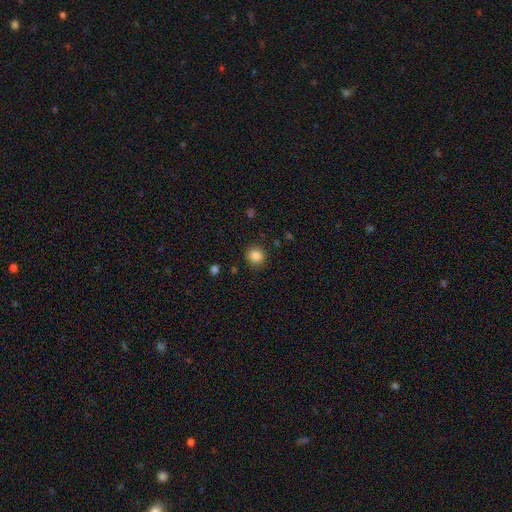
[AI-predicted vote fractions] A smooth galaxy with no disk features (86%) that is round (88%).

Vote fractions:
- Smooth or featured? smooth: 86% / star or artifact: 10% / featured or disk: 4%
- How rounded? round: 88% / in between: 11% / cigar-shaped: 1%
- Merging? none: 87% / minor disturbance: 9% / major disturbance: 3% / merger: 1%